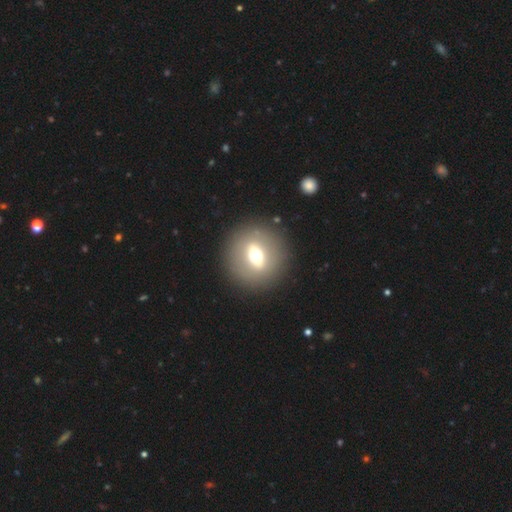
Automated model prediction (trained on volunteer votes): featured or disk 46%, smooth 44%, star or artifact 10%. Down the decision tree: merging — none (88%).